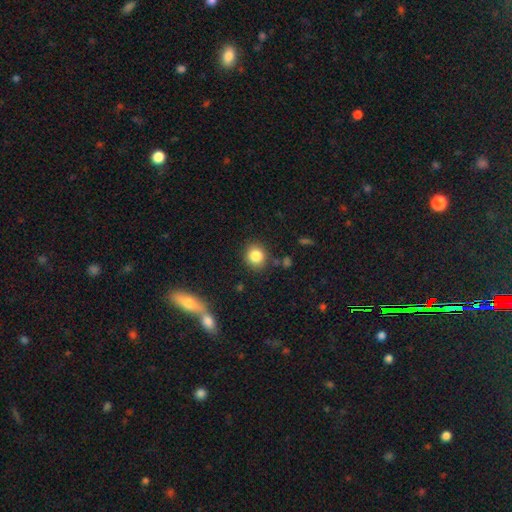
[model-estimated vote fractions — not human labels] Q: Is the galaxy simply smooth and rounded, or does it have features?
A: smooth — 84%.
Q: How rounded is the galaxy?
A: round — 85%.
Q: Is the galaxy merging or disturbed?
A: none — 85%.